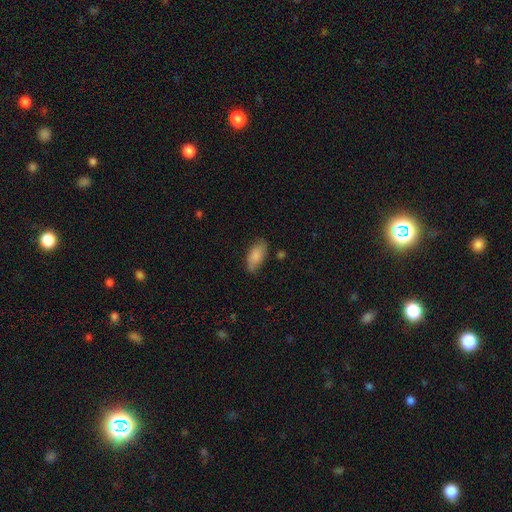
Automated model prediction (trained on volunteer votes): Smooth or featured?
  - smooth: 78% *
  - featured or disk: 14%
  - star or artifact: 7%
How rounded?
  - in between: 92% *
  - cigar-shaped: 5%
  - round: 3%
Merging?
  - none: 66% *
  - minor disturbance: 26%
  - major disturbance: 6%
  - merger: 3%